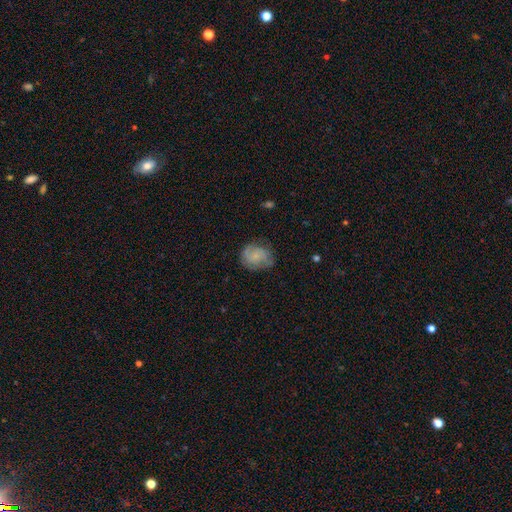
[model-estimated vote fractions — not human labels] A smooth galaxy with no disk features (58%) that is round (61%).

Vote fractions:
- Smooth or featured? smooth: 58% / featured or disk: 34% / star or artifact: 8%
- How rounded? round: 61% / in between: 38% / cigar-shaped: 1%
- Merging? none: 64% / minor disturbance: 26% / major disturbance: 9% / merger: 1%